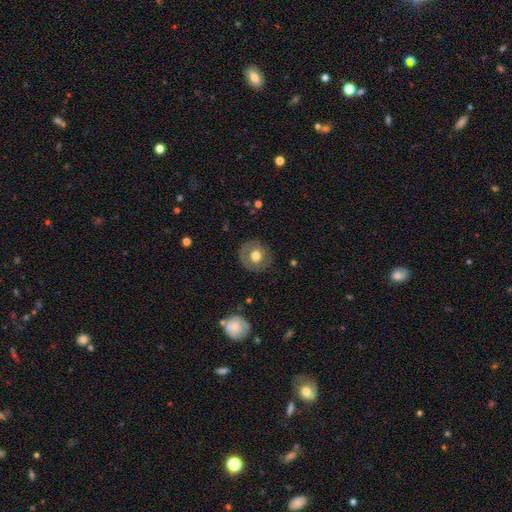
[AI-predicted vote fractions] smooth-or-featured: smooth: 63% | featured or disk: 30% | star or artifact: 8%
  how-rounded: round: 88% | in between: 11% | cigar-shaped: 1%
  merging: none: 84% | minor disturbance: 11% | major disturbance: 4% | merger: 1%